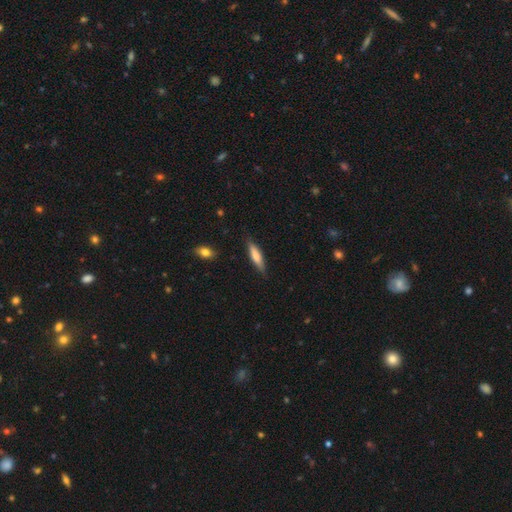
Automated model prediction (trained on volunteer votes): Morphology: type=smooth (71%); roundness=cigar-shaped (77%); merging=none (83%).